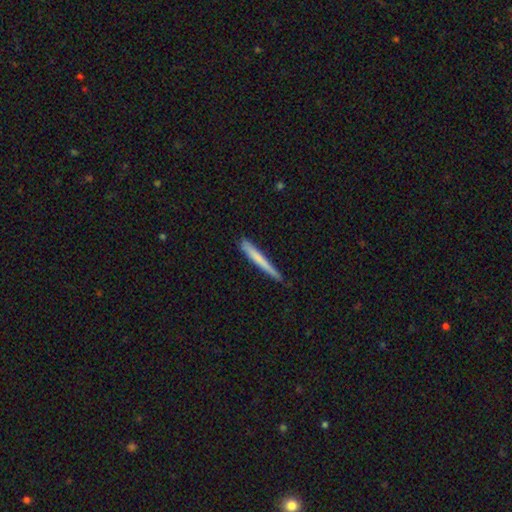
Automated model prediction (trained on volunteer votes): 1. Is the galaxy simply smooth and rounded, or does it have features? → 68% smooth, 26% featured or disk, 6% star or artifact.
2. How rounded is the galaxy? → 97% cigar-shaped, 2% in between, 1% round.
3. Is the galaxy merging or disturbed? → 81% none, 15% minor disturbance, 2% major disturbance, 1% merger.